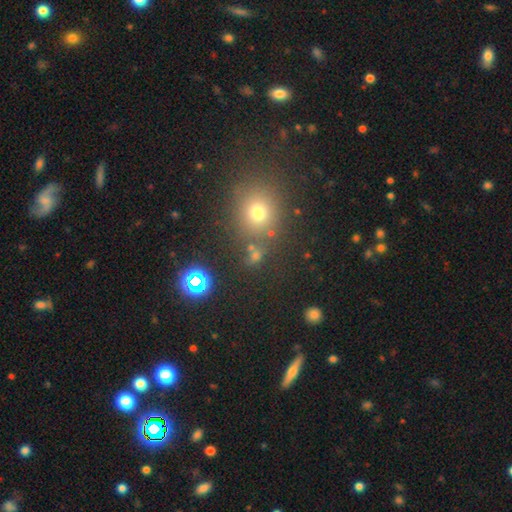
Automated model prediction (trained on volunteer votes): smooth_or_featured: smooth (p=0.57) [alt: star or artifact p=0.34]
how_rounded: round (p=0.78) [alt: in between p=0.20]
merging: none (p=0.74) [alt: merger p=0.12]